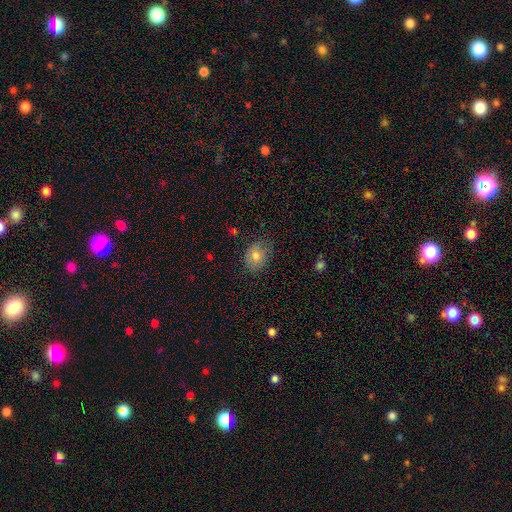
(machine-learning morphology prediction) smooth-or-featured: smooth: 76% | featured or disk: 12% | star or artifact: 11%
  how-rounded: in between: 59% | round: 40% | cigar-shaped: 1%
  merging: none: 78% | minor disturbance: 17% | major disturbance: 4% | merger: 1%